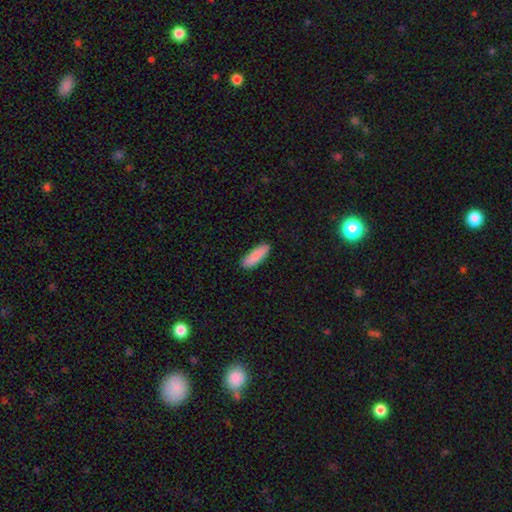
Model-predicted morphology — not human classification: This appears to be a smooth galaxy with no disk features (87%) that is in between round and cigar-shaped (56%). Merging: none (88%).